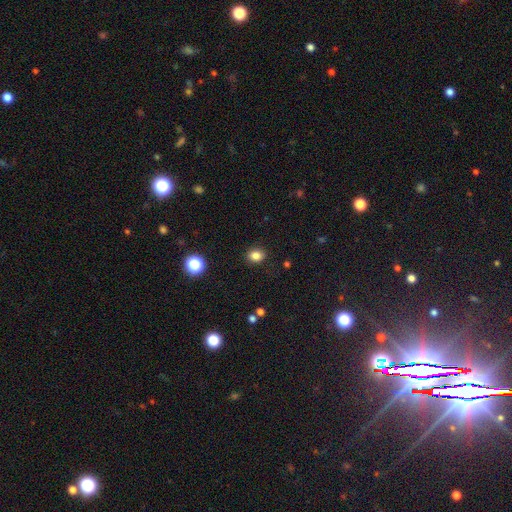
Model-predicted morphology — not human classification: Smooth or featured: smooth — 83% (star or artifact — 12%)
How rounded: round — 56% (in between — 43%)
Merging: none — 89% (minor disturbance — 8%)